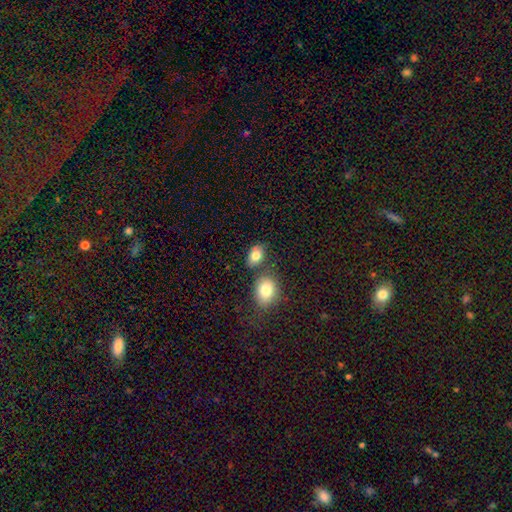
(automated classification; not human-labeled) Smooth or featured? Predicted: smooth (p=0.81). How rounded? Predicted: in between (p=0.79). Merging? Predicted: none (p=0.64).